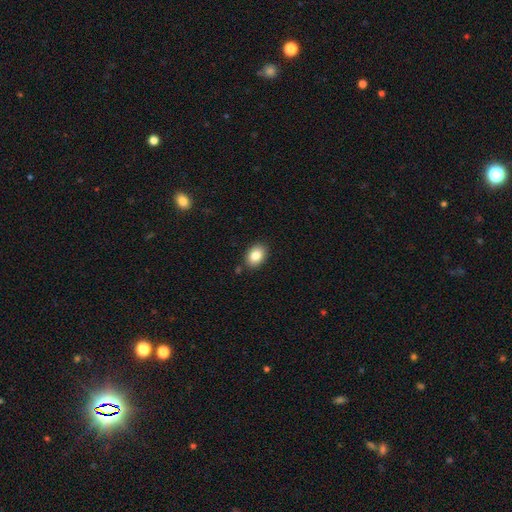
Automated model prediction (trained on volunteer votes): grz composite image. It shows a smooth galaxy with no disk features (84%) that is in between round and cigar-shaped (75%). Merging: none (86%).